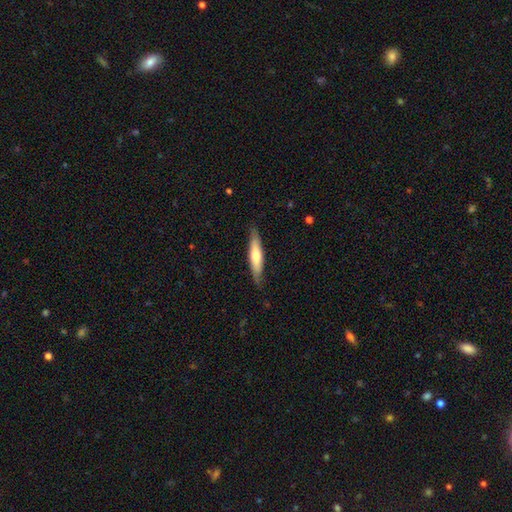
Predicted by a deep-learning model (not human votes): Smooth or featured: smooth — 58% (featured or disk — 37%)
How rounded: cigar-shaped — 81% (in between — 18%)
Merging: none — 83% (minor disturbance — 14%)